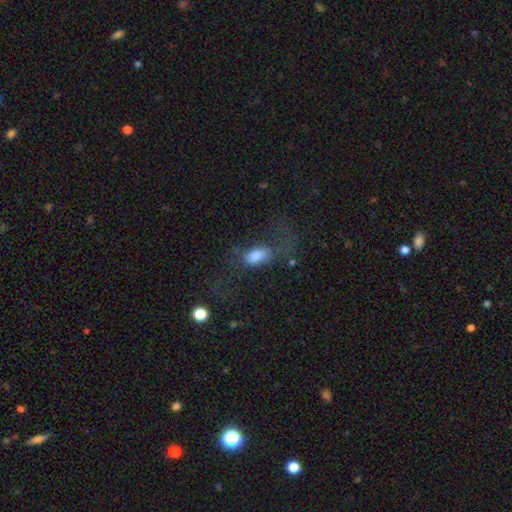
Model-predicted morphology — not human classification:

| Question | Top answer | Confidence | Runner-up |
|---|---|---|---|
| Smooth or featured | smooth | 68% | featured or disk (21%) |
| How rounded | in between | 86% | round (9%) |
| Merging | major disturbance | 45% | none (34%) |